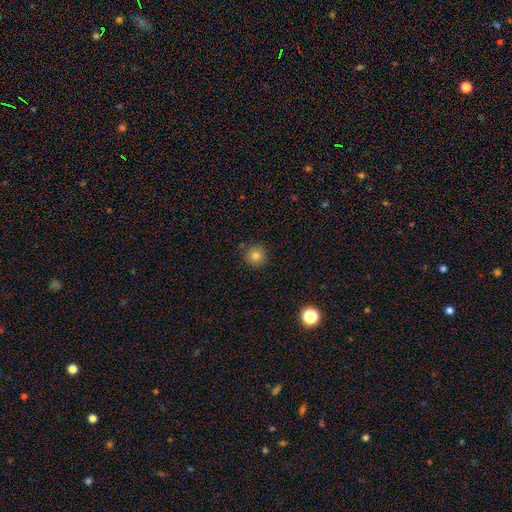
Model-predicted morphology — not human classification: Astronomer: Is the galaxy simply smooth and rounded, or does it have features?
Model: smooth — 81%.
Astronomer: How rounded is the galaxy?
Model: round — 94%.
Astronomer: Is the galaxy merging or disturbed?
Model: none — 89%.